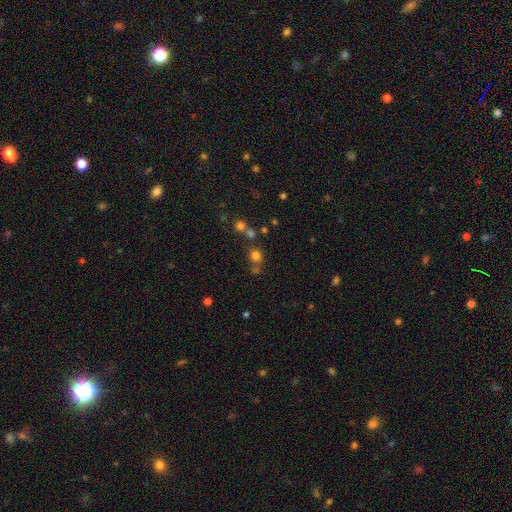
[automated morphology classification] The model was most divided on "merging": none: 64%, merger: 22%, minor disturbance: 9%, major disturbance: 5%. More confident: how rounded — round (87%); smooth or featured — smooth (70%).